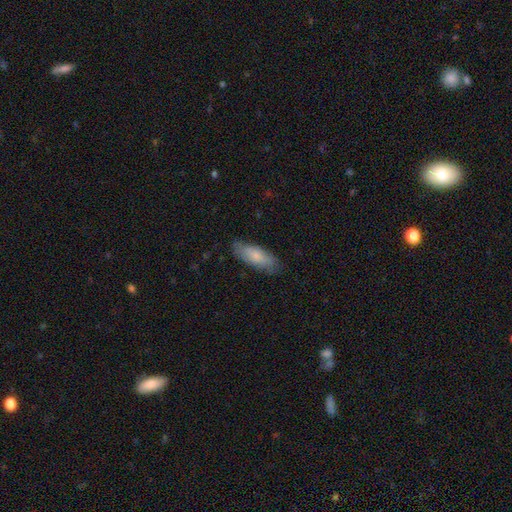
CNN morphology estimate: Smooth or featured? smooth (76%)
How rounded? in between (64%)
Merging? none (78%)